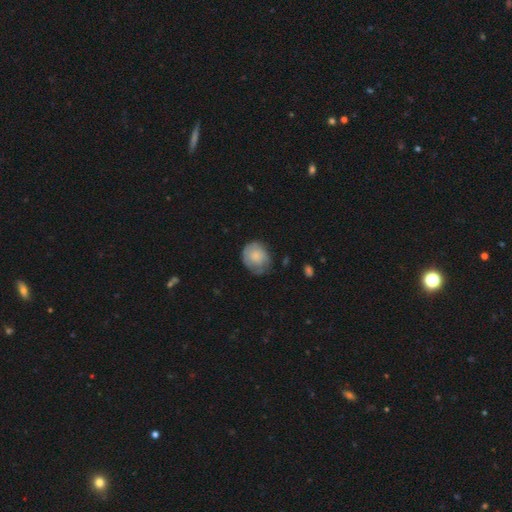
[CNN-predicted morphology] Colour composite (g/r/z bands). It shows a smooth galaxy with no disk features (71%) that is round (64%). Merging: none (57%).